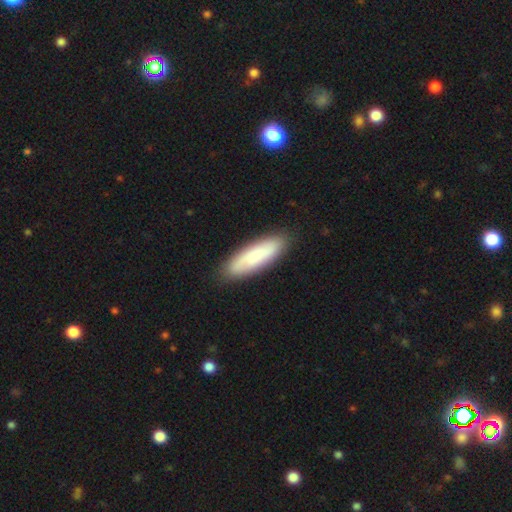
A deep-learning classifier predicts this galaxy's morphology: smooth 76%, featured or disk 18%, star or artifact 6%. Down the decision tree: how rounded — cigar-shaped (55%); merging — none (85%).